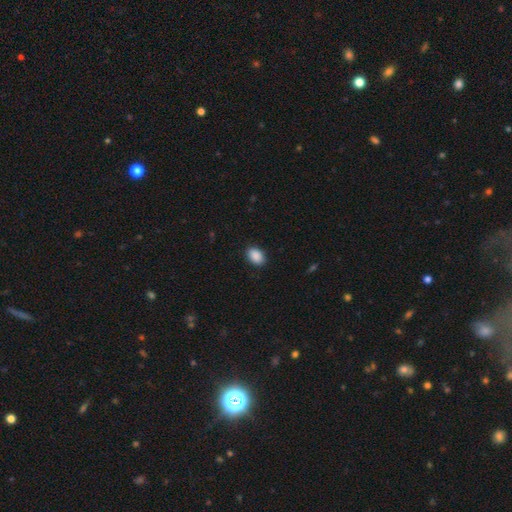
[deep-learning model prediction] smooth_or_featured: smooth (p=0.90) [alt: star or artifact p=0.07]
how_rounded: in between (p=0.86) [alt: round p=0.13]
merging: none (p=0.89) [alt: minor disturbance p=0.08]